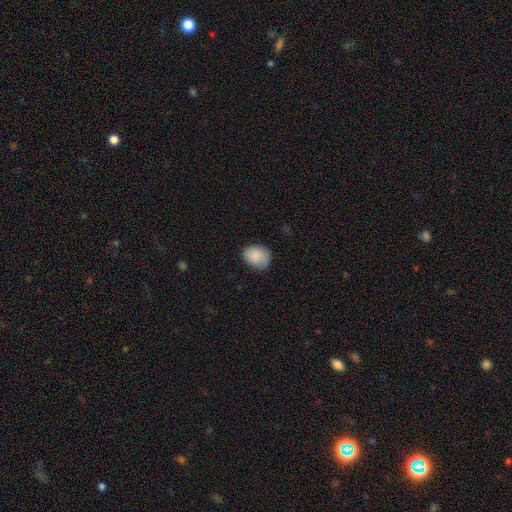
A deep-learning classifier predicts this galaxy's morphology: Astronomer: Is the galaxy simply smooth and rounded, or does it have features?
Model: smooth — 85%.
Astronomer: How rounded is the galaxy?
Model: in between — 57% (runner-up: round, 42%).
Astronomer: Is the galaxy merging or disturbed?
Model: none — 73%.